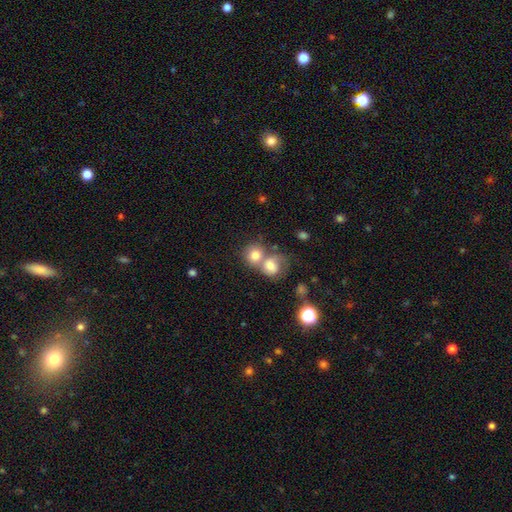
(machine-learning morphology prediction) A smooth galaxy with no disk features (73%) that is round (78%). Merging: merger (59%).